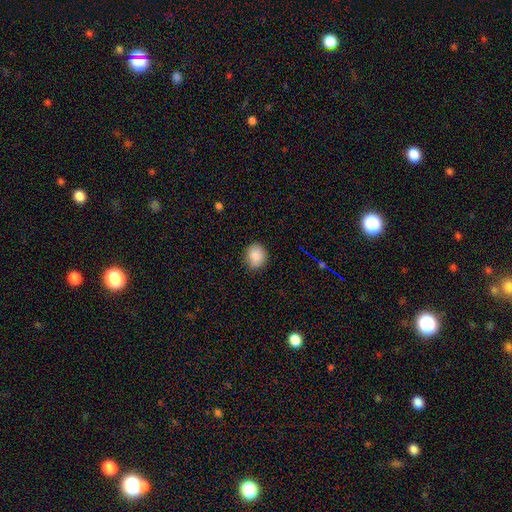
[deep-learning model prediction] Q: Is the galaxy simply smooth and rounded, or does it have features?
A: smooth — 86%.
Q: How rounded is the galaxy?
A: round — 71%.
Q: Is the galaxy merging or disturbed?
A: none — 82%.